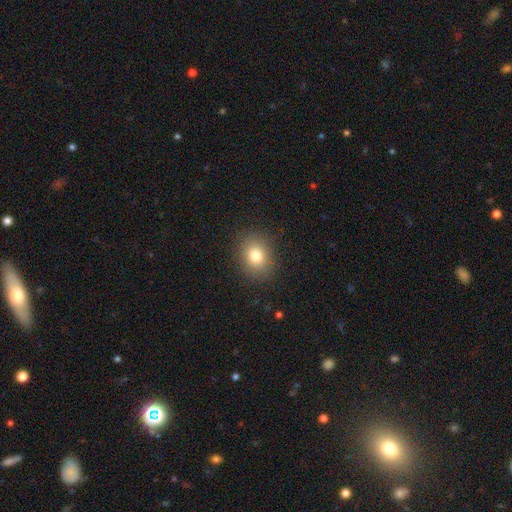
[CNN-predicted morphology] smooth_or_featured: smooth (p=0.79) [alt: star or artifact p=0.12]
how_rounded: round (p=0.60) [alt: in between p=0.39]
merging: none (p=0.88) [alt: minor disturbance p=0.08]